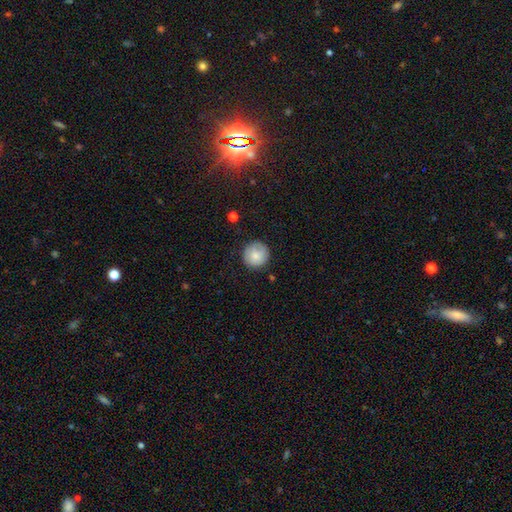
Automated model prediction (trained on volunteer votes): Overall: smooth (77%). How rounded: round (95%). Merging: none (83%).